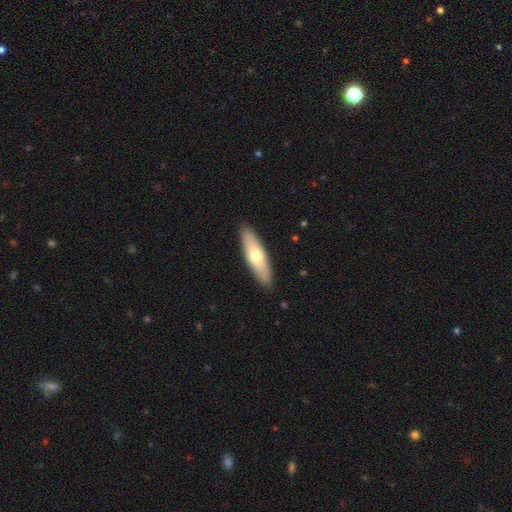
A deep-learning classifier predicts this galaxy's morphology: smooth-or-featured: smooth: 62% | featured or disk: 33% | star or artifact: 5%
  how-rounded: cigar-shaped: 56% | in between: 42% | round: 2%
  merging: none: 89% | minor disturbance: 8% | major disturbance: 2% | merger: 1%